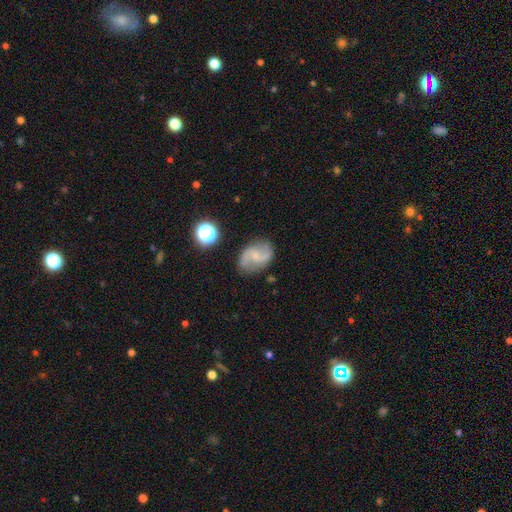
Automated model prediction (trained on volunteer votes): Smooth or featured: featured or disk — 77% (smooth — 15%)
Edge-on disk: no — 98% (yes — 2%)
Bar: weak — 48% (no — 38%)
Spiral arms: yes — 95% (no — 5%)
Spiral winding: loose — 54% (medium — 37%)
Spiral arm count: 2 — 92% (can't tell — 3%)
Bulge size: small — 64% (moderate — 19%)
Merging: none — 79% (minor disturbance — 14%)